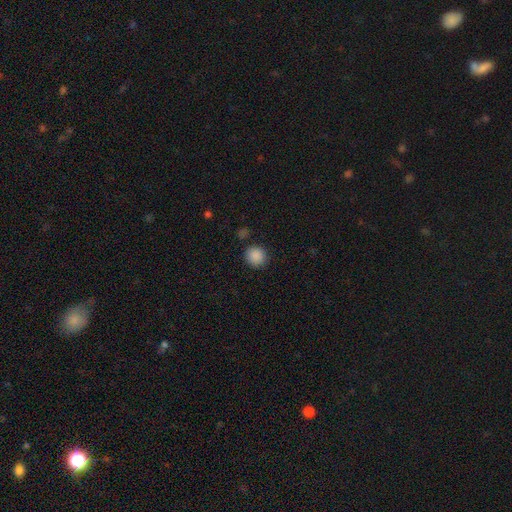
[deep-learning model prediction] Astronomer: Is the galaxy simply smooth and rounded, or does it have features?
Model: smooth — 88%.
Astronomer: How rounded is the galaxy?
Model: round — 88%.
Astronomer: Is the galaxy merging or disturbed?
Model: none — 86%.